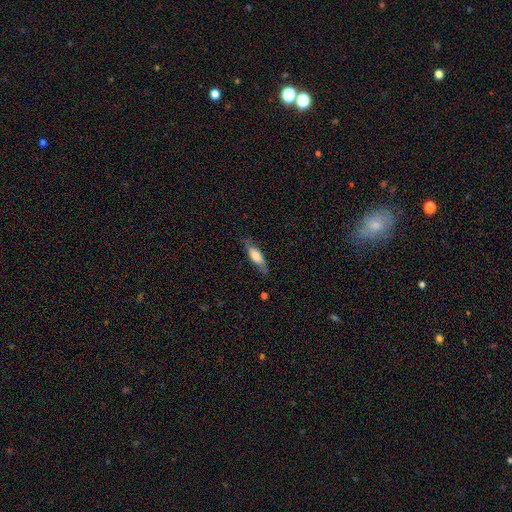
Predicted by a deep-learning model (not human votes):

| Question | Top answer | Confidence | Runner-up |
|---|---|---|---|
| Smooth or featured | smooth | 63% | featured or disk (31%) |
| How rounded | in between | 52% | cigar-shaped (45%) |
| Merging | none | 69% | minor disturbance (23%) |